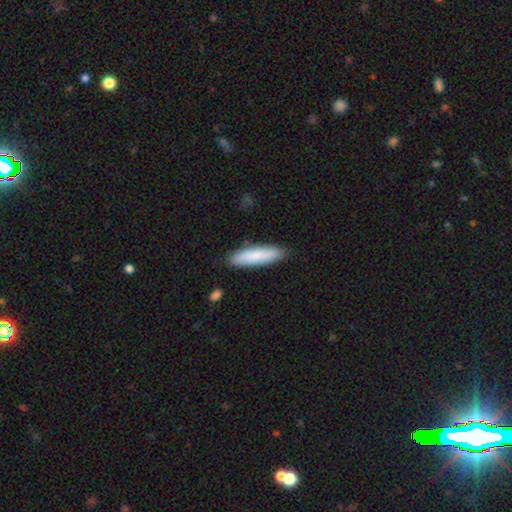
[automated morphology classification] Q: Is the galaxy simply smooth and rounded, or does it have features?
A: smooth — 84%.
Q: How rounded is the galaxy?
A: cigar-shaped — 75%.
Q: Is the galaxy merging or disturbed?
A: none — 88%.